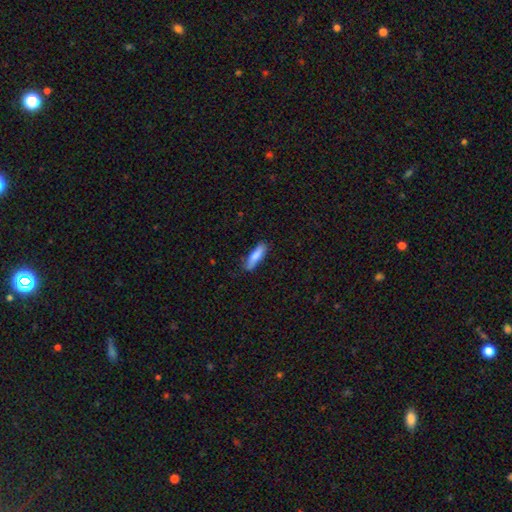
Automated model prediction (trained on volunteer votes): Morphology: type=smooth (79%); roundness=cigar-shaped (66%); merging=none (79%).